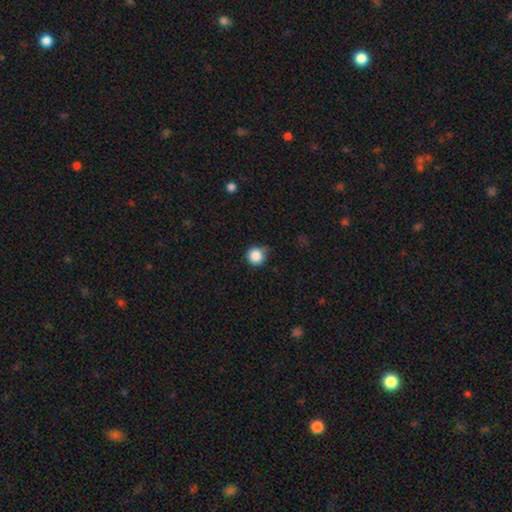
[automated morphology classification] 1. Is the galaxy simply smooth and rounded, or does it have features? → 87% smooth, 10% star or artifact, 3% featured or disk.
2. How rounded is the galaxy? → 94% round, 5% in between, 1% cigar-shaped.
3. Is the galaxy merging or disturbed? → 74% none, 20% minor disturbance, 4% major disturbance, 3% merger.